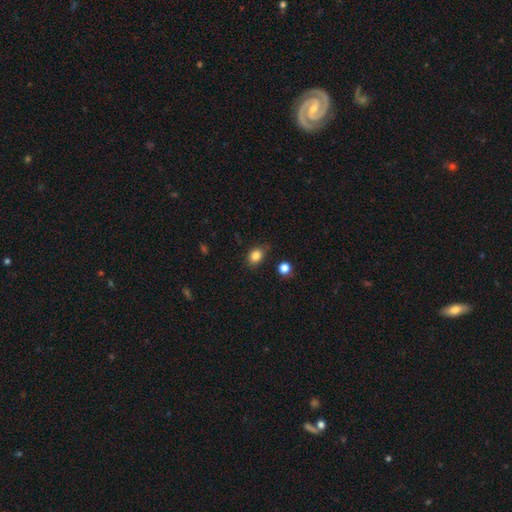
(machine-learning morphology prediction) Overall: smooth (84%). How rounded: in between (61%; round 38%). Merging: none (77%).